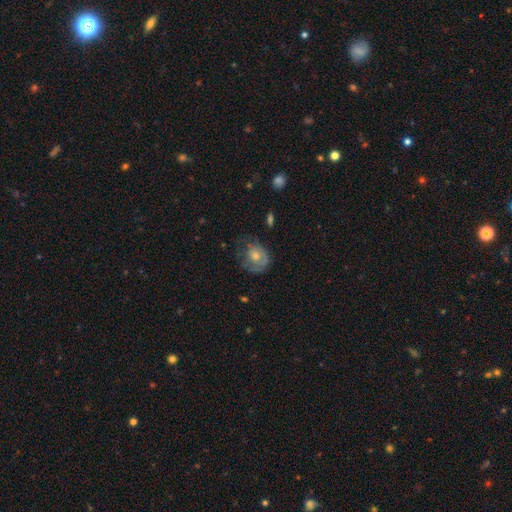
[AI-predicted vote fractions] The model was most divided on "smooth or featured": featured or disk: 50%, smooth: 40%, star or artifact: 10%. More confident: merging — none (55%).